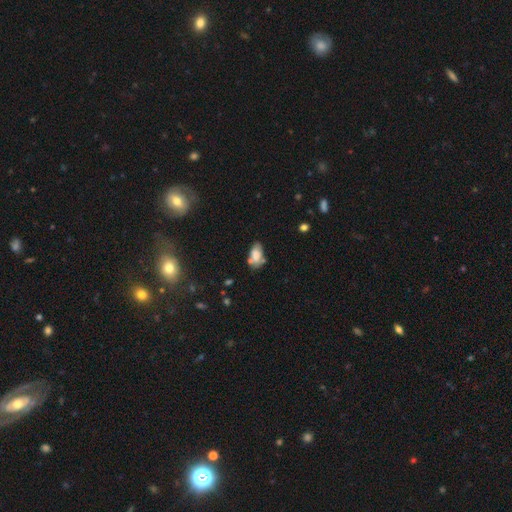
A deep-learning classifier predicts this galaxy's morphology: This is likely a smooth galaxy (70%). How rounded: clearly in between (92%). Merging: possibly none (47%).